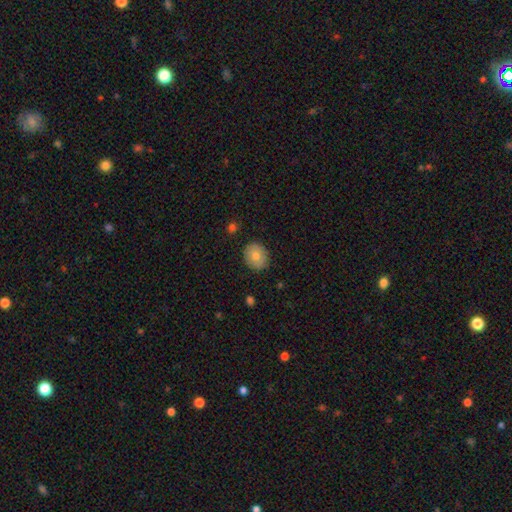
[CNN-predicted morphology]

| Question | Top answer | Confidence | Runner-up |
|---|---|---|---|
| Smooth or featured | smooth | 74% | featured or disk (19%) |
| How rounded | round | 68% | in between (32%) |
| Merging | none | 88% | minor disturbance (9%) |